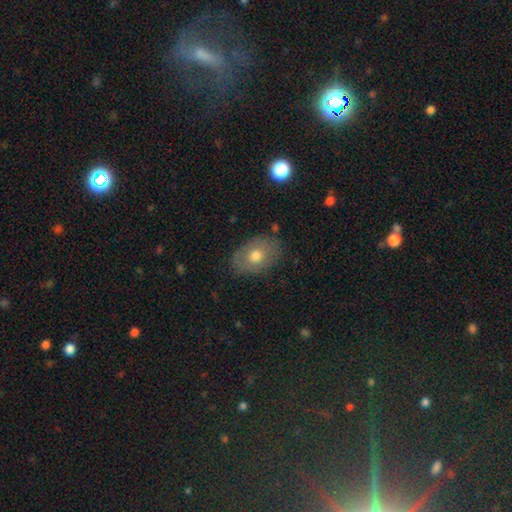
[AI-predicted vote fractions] Q: Smooth or featured?
A: smooth (59%); runner-up: featured or disk (33%)
Q: How rounded?
A: in between (80%); runner-up: round (19%)
Q: Merging?
A: none (81%); runner-up: minor disturbance (14%)